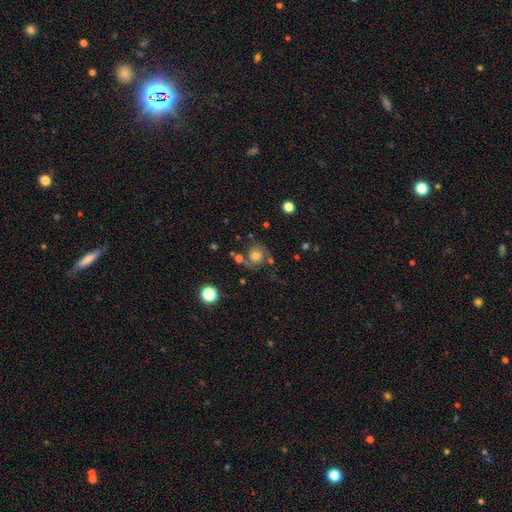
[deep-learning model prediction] The model was most divided on "smooth or featured": featured or disk: 54%, smooth: 34%, star or artifact: 12%. More confident: edge-on disk — no (97%); spiral arms — yes (85%); bar — no (79%); merging — none (61%); bulge size — moderate (58%).